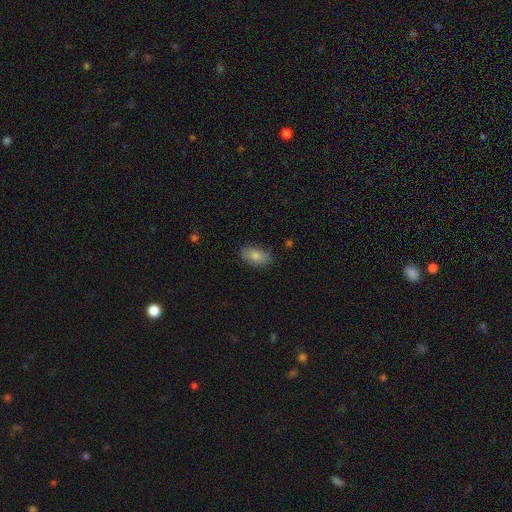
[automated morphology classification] A smooth galaxy with no disk features (83%) that is in between round and cigar-shaped (92%).

Vote fractions:
- Smooth or featured? smooth: 83% / featured or disk: 10% / star or artifact: 7%
- How rounded? in between: 92% / round: 4% / cigar-shaped: 4%
- Merging? none: 84% / minor disturbance: 12% / major disturbance: 3% / merger: 1%